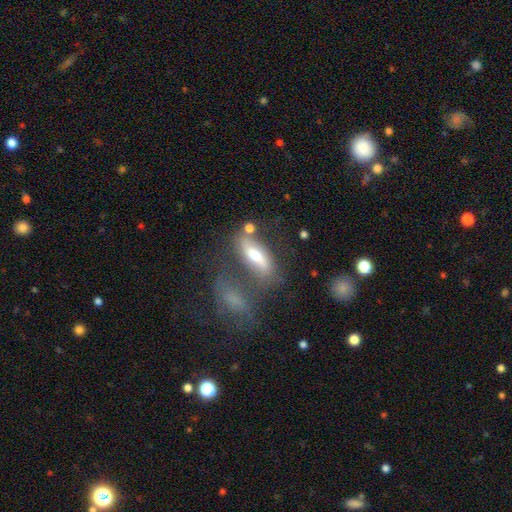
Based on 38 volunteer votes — Overall: smooth (47%, tied with featured or disk). How rounded: in between (72%). Merging: none (36%; major disturbance 25%).